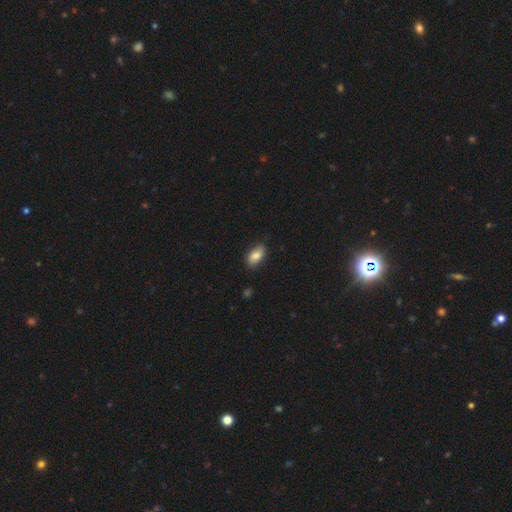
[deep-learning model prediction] smooth-or-featured: smooth: 81% | featured or disk: 11% | star or artifact: 7%
  how-rounded: in between: 92% | round: 6% | cigar-shaped: 3%
  merging: none: 81% | minor disturbance: 15% | major disturbance: 3% | merger: 1%